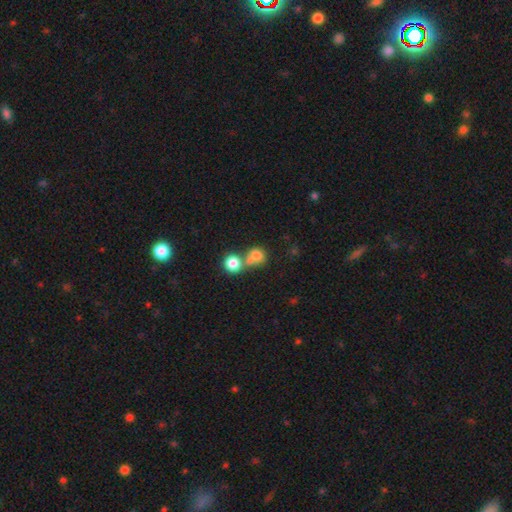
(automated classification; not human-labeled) The model was most divided on "merging": merger: 55%, none: 35%, minor disturbance: 7%, major disturbance: 4%. More confident: how rounded — round (80%); smooth or featured — smooth (78%).